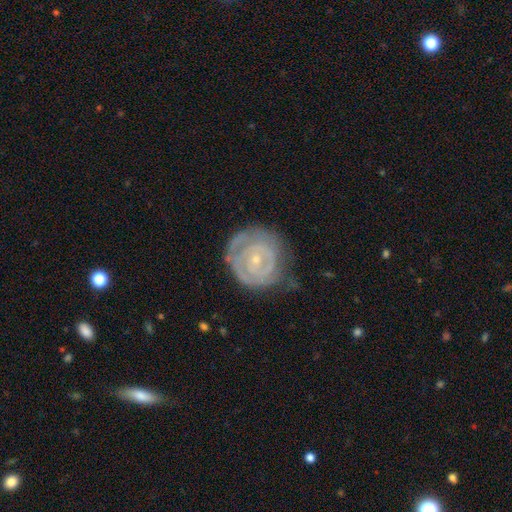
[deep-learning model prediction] A featured or disk galaxy (74%) with no bar (59%), tight (77%) spiral arms (80%) and a small central bulge (75%). Merging: none (70%).